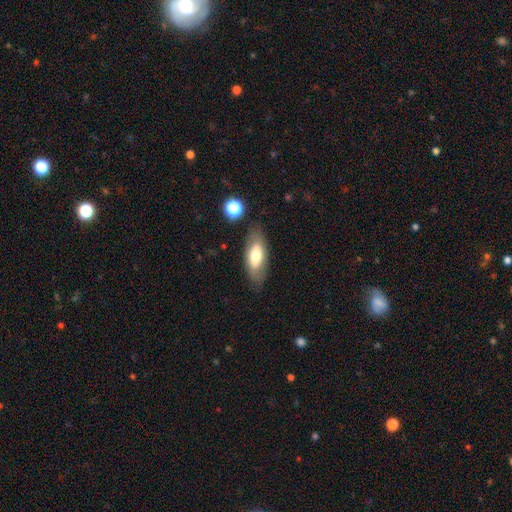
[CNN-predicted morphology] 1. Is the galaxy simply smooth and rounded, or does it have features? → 65% smooth, 27% featured or disk, 7% star or artifact.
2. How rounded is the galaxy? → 81% in between, 16% cigar-shaped, 3% round.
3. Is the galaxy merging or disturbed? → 79% none, 14% minor disturbance, 4% major disturbance, 3% merger.